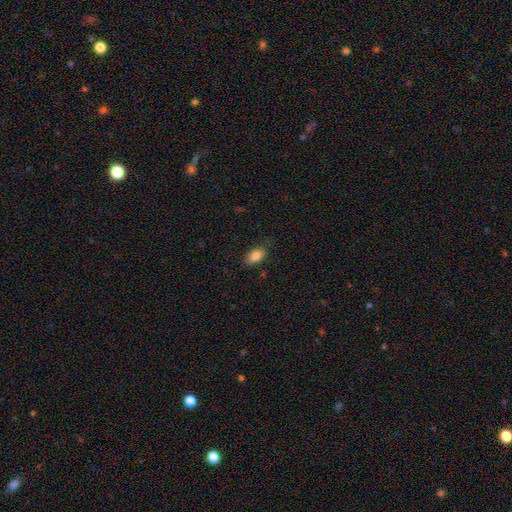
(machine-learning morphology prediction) A smooth galaxy with no disk features (85%) that is in between round and cigar-shaped (90%). Merging: none (81%).